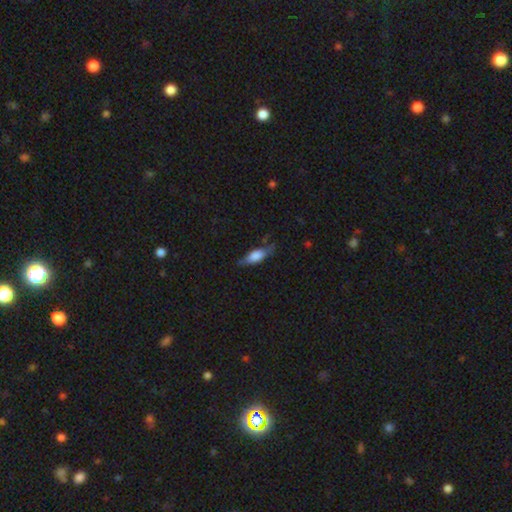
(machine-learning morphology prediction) Smooth or featured?
  - smooth: 64% *
  - featured or disk: 29%
  - star or artifact: 7%
How rounded?
  - in between: 66% *
  - cigar-shaped: 31%
  - round: 3%
Merging?
  - none: 66% *
  - minor disturbance: 25%
  - major disturbance: 7%
  - merger: 2%